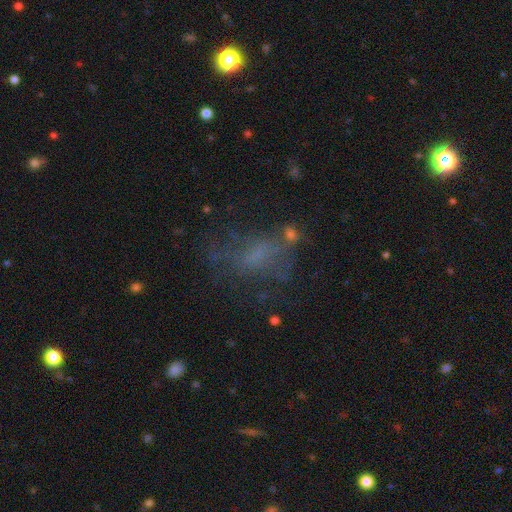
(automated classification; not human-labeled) smooth 40%, featured or disk 38%, star or artifact 22%. Down the decision tree: merging — none (43%).